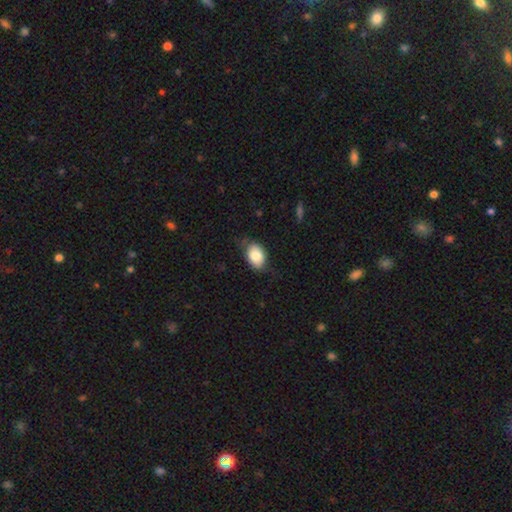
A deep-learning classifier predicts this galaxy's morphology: smooth_or_featured: smooth (p=0.82) [alt: featured or disk p=0.11]
how_rounded: in between (p=0.85) [alt: round p=0.14]
merging: none (p=0.65) [alt: minor disturbance p=0.27]